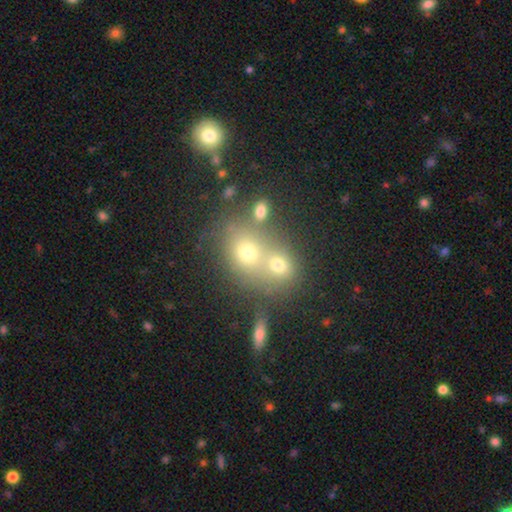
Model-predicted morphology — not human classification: Smooth or featured?
  - smooth: 59% *
  - star or artifact: 22%
  - featured or disk: 19%
How rounded?
  - round: 66% *
  - in between: 33%
  - cigar-shaped: 1%
Merging?
  - merger: 53% *
  - none: 36%
  - minor disturbance: 8%
  - major disturbance: 4%